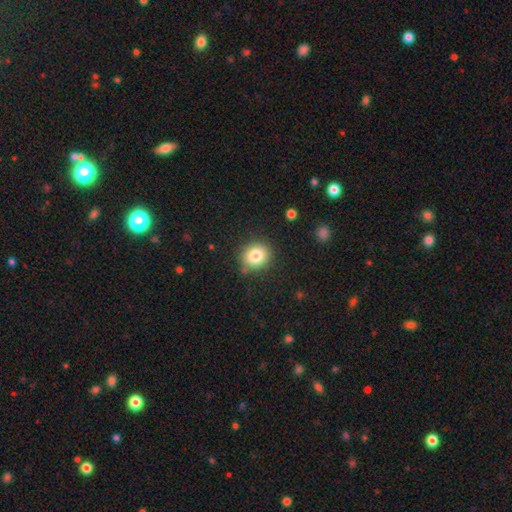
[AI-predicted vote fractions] smooth 81%, star or artifact 10%, featured or disk 8%. Down the decision tree: how rounded — round (79%); merging — none (84%).